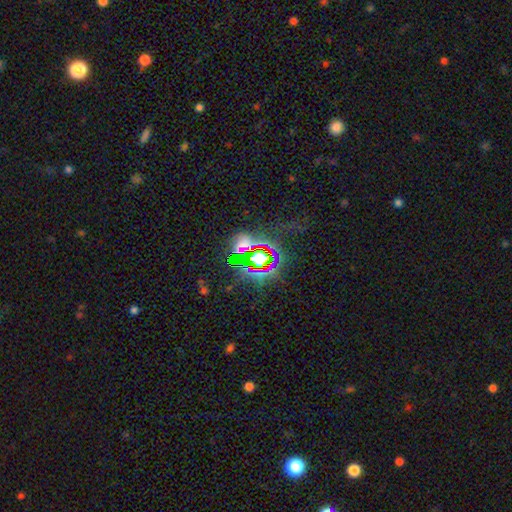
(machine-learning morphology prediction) Smooth or featured? star or artifact (77%)